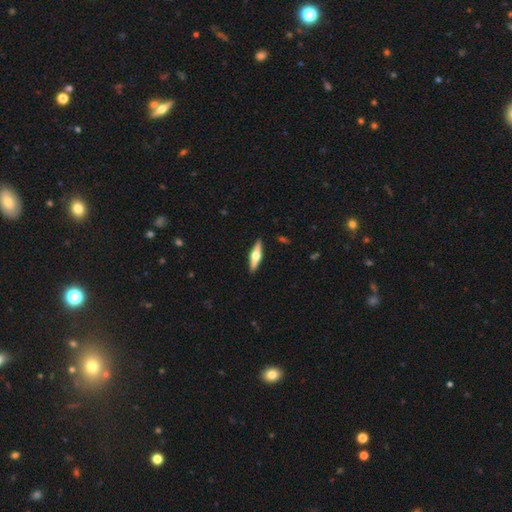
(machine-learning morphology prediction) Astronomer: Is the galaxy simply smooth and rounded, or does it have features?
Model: featured or disk — 64%.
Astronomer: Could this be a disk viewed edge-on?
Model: yes — 96%.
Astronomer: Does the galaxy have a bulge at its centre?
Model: rounded — 95%.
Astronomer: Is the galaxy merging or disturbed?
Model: none — 91%.